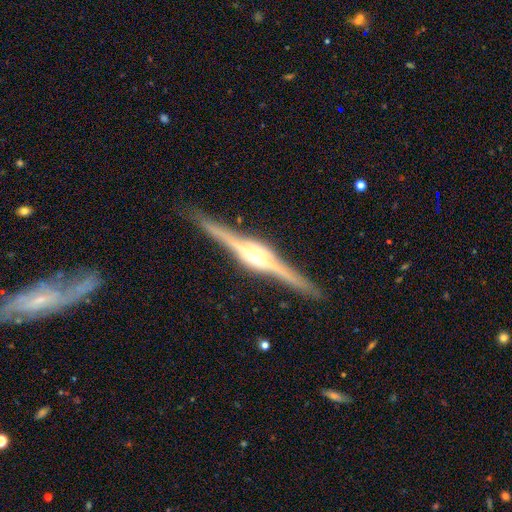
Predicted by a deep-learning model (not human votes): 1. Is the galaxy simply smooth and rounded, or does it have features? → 88% featured or disk, 7% smooth, 5% star or artifact.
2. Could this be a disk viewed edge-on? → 98% yes, 2% no.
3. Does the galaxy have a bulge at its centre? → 89% rounded, 9% boxy, 2% none.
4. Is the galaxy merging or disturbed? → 89% none, 8% minor disturbance, 2% major disturbance, 1% merger.